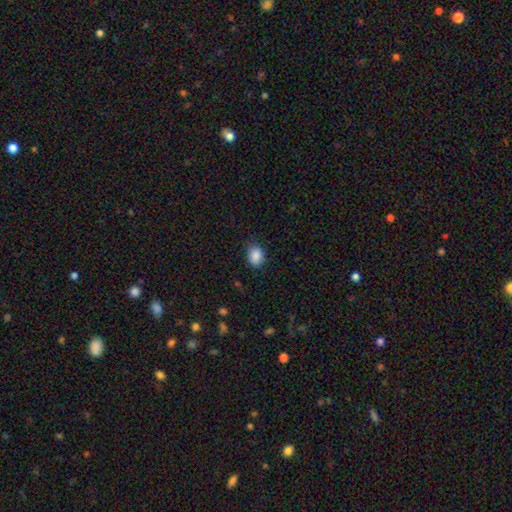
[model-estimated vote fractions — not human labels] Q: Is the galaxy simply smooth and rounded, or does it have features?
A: smooth — 88%.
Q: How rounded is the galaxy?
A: in between — 62%.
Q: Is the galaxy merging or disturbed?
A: none — 81%.